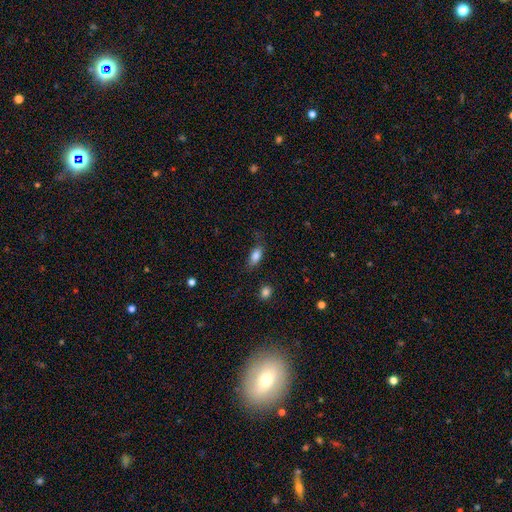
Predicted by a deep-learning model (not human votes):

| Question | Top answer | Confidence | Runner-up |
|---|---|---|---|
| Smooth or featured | smooth | 82% | featured or disk (10%) |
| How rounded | in between | 84% | cigar-shaped (12%) |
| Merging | none | 68% | minor disturbance (22%) |